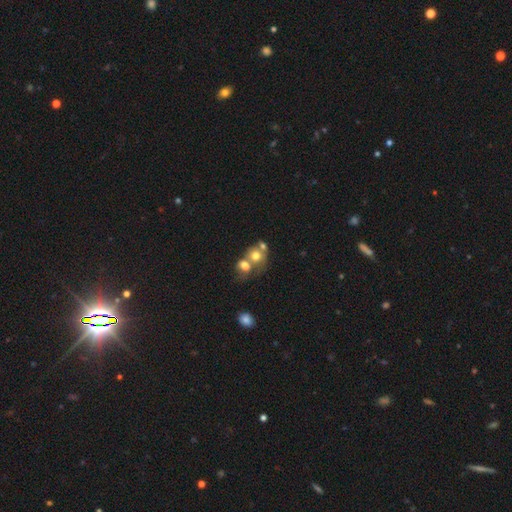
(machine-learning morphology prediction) smooth-or-featured: smooth: 68% | featured or disk: 20% | star or artifact: 12%
  how-rounded: round: 70% | in between: 29% | cigar-shaped: 1%
  merging: merger: 61% | none: 27% | minor disturbance: 7% | major disturbance: 5%